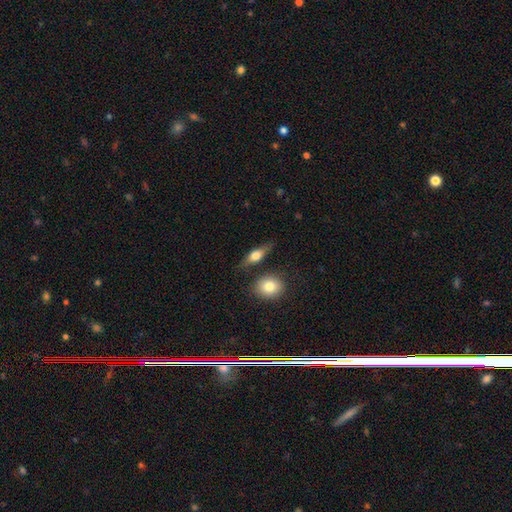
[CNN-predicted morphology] Smooth or featured? Predicted: smooth (p=0.52). How rounded? Predicted: in between (p=0.56). Merging? Predicted: none (p=0.77).